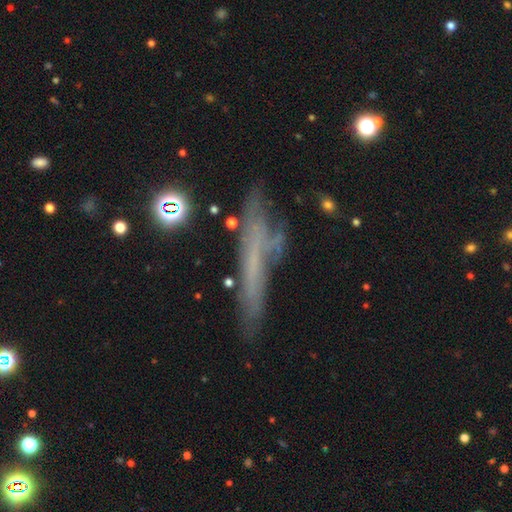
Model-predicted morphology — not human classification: type=featured or disk (47%); merging=none (56%).